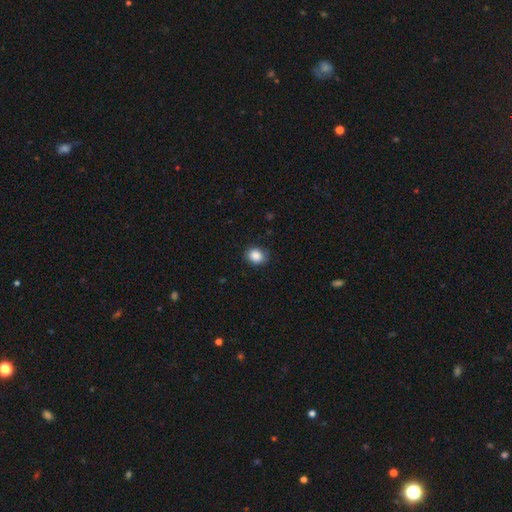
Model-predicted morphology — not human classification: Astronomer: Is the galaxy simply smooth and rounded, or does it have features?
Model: smooth — 87%.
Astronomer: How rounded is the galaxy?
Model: round — 62%.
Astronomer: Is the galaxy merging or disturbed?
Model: none — 83%.